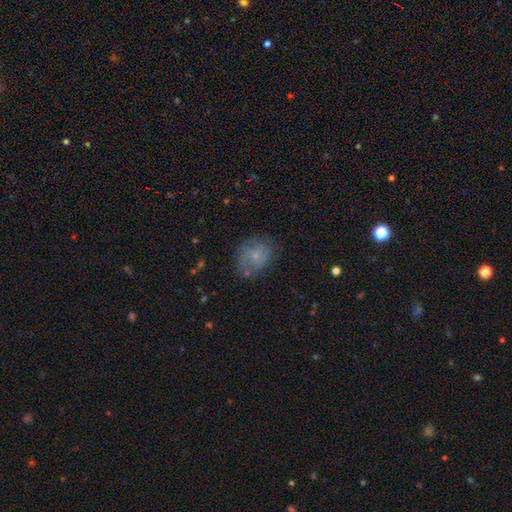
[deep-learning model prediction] Smooth or featured? Predicted: smooth (p=0.59). How rounded? Predicted: in between (p=0.50). Merging? Predicted: none (p=0.57).